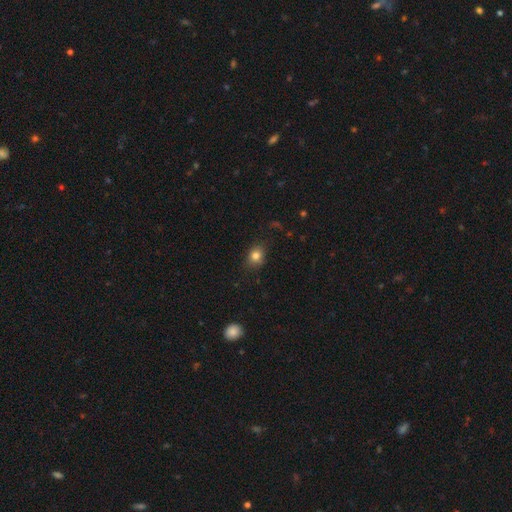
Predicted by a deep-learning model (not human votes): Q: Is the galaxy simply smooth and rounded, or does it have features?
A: smooth — 80%.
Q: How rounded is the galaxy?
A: round — 55%.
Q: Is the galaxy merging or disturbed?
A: none — 79%.